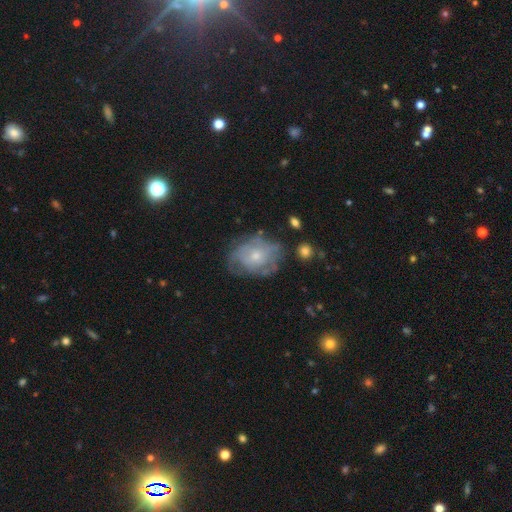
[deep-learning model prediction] This is possibly a featured or disk galaxy (59%). It is clearly not viewed edge-on (96%). Bar: clearly no (85%). Spiral arm pattern: possibly yes (54%). Central bulge: likely small (63%). Merging: possibly none (58%).